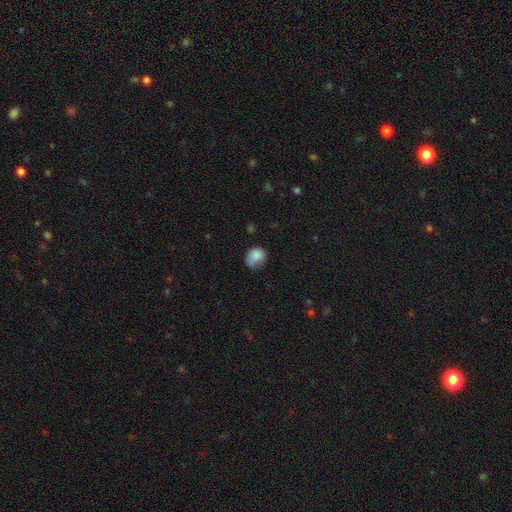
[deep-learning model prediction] The model was most divided on "merging": none: 48%, minor disturbance: 35%, major disturbance: 15%, merger: 2%. More confident: smooth or featured — smooth (81%); how rounded — round (62%).